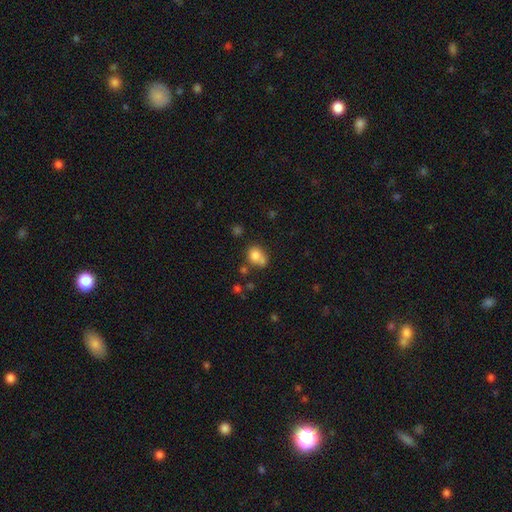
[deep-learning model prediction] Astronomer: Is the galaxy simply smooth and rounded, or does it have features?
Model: smooth — 78%.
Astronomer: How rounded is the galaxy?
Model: in between — 52% (runner-up: round, 47%).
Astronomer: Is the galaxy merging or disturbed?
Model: none — 39% (runner-up: merger, 30%).